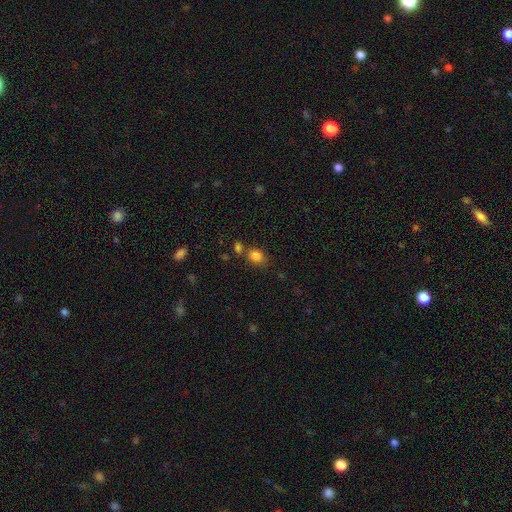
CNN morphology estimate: Smooth or featured?
  - smooth: 83% *
  - star or artifact: 12%
  - featured or disk: 5%
How rounded?
  - in between: 51% *
  - round: 48%
  - cigar-shaped: 1%
Merging?
  - none: 61% *
  - merger: 18%
  - minor disturbance: 16%
  - major disturbance: 5%